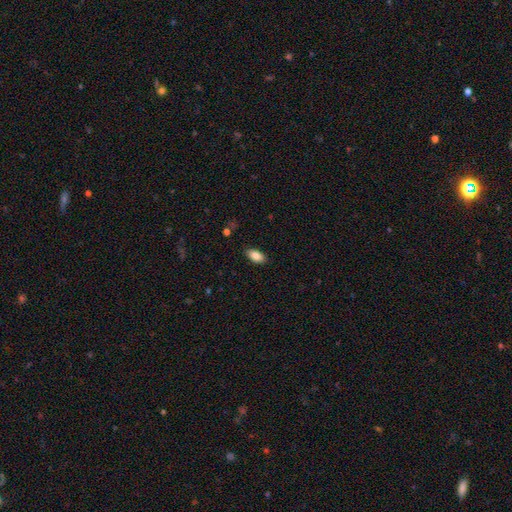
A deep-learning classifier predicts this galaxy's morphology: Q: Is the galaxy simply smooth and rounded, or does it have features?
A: smooth — 86%.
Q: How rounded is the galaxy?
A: in between — 92%.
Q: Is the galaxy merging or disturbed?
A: none — 88%.